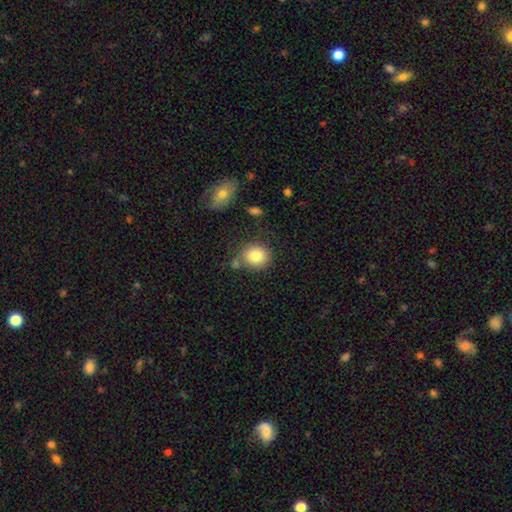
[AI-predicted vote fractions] The model was most divided on "merging": none: 68%, minor disturbance: 16%, merger: 11%, major disturbance: 5%. More confident: smooth or featured — smooth (83%); how rounded — round (76%).